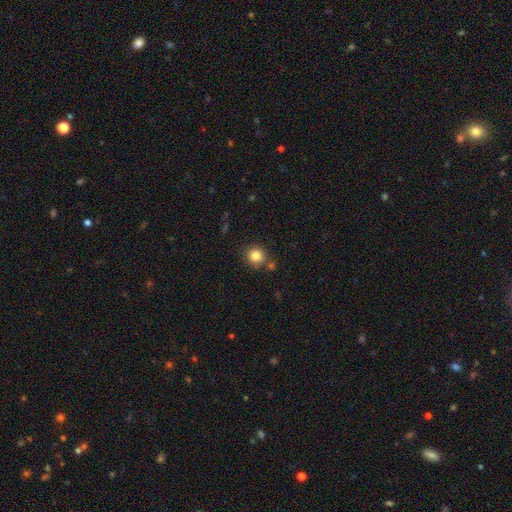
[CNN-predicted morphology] smooth_or_featured: smooth (p=0.84) [alt: star or artifact p=0.10]
how_rounded: round (p=0.89) [alt: in between p=0.10]
merging: none (p=0.76) [alt: merger p=0.11]